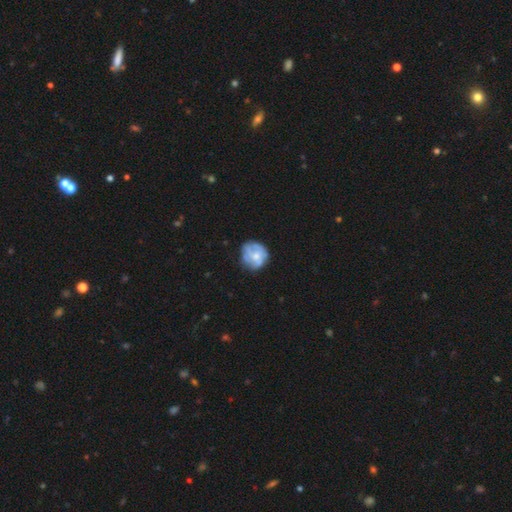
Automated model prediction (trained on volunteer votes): Q: Smooth or featured?
A: featured or disk (48%); runner-up: smooth (44%)
Q: Merging?
A: none (63%); runner-up: minor disturbance (24%)